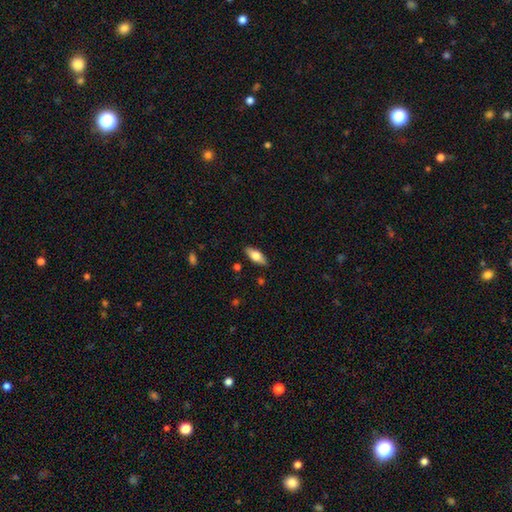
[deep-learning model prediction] Morphology: type=smooth (67%); roundness=in between (78%); merging=none (87%).